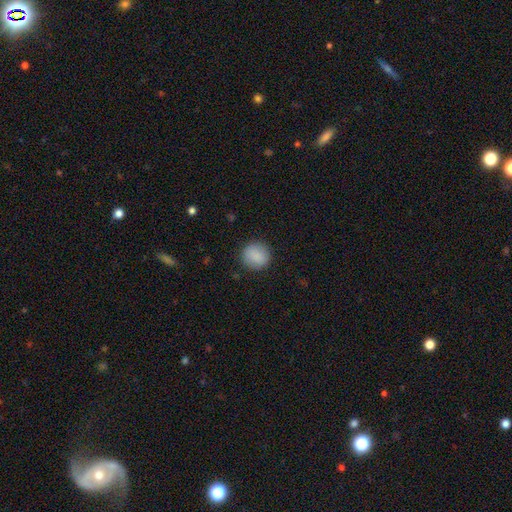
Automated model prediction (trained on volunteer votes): smooth_or_featured: smooth (p=0.88) [alt: star or artifact p=0.07]
how_rounded: round (p=0.91) [alt: in between p=0.08]
merging: none (p=0.89) [alt: minor disturbance p=0.08]